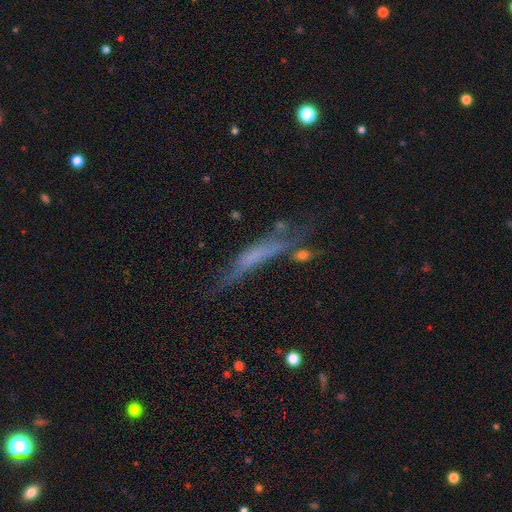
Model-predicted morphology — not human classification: A featured or disk galaxy (45%). Merging: none (38%).